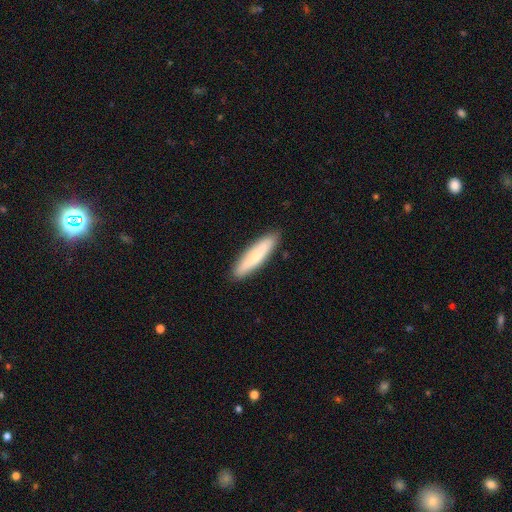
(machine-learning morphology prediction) Smooth or featured?
  - smooth: 68% *
  - featured or disk: 26%
  - star or artifact: 6%
How rounded?
  - cigar-shaped: 79% *
  - in between: 19%
  - round: 2%
Merging?
  - none: 89% *
  - minor disturbance: 8%
  - major disturbance: 2%
  - merger: 1%